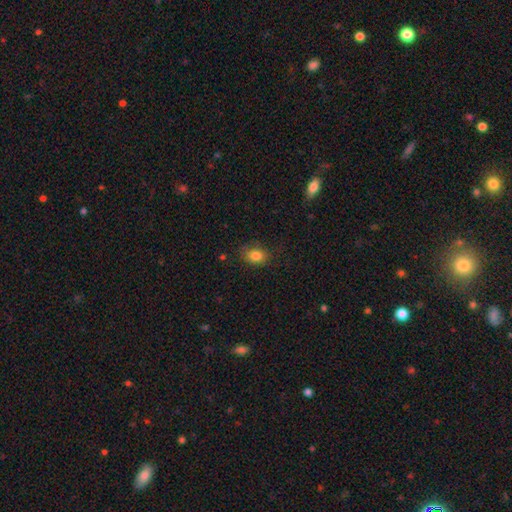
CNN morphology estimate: This is clearly a smooth galaxy (83%). How rounded: likely in between (65%). Merging: likely none (77%).